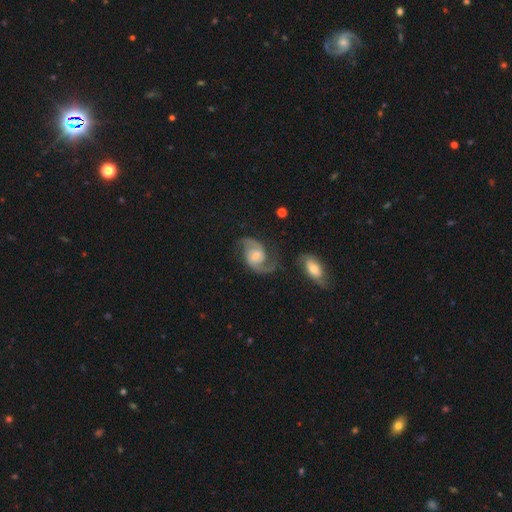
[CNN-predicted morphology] The model was most divided on "bar": no: 47%, weak: 43%, strong: 9%. Remaining: edge-on disk — no (97%); spiral arms — yes (97%); spiral arm count — 2 (92%); smooth or featured — featured or disk (88%); merging — none (66%); spiral winding — medium (53%); bulge size — moderate (48%).